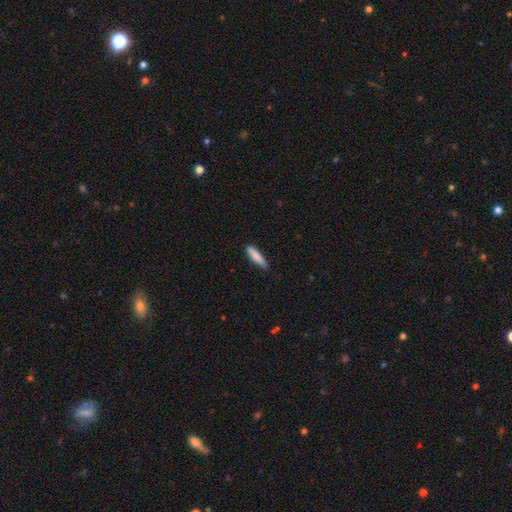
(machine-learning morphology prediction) smooth_or_featured: smooth (p=0.84) [alt: featured or disk p=0.10]
how_rounded: cigar-shaped (p=0.77) [alt: in between p=0.21]
merging: none (p=0.82) [alt: minor disturbance p=0.15]